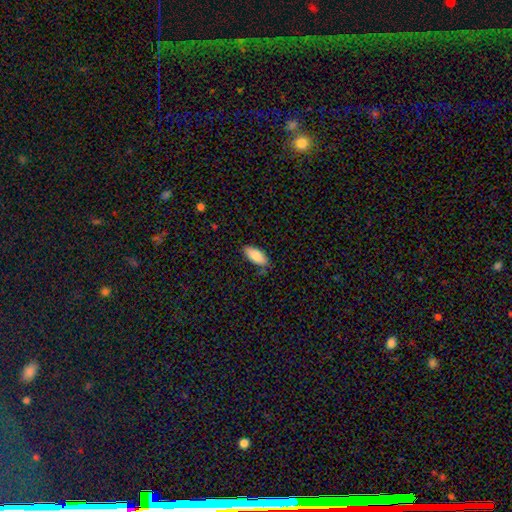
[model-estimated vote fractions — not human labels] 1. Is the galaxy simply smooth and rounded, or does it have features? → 84% smooth, 10% featured or disk, 6% star or artifact.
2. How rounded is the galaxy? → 86% in between, 12% cigar-shaped, 2% round.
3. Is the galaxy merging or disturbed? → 78% none, 17% minor disturbance, 3% major disturbance, 2% merger.